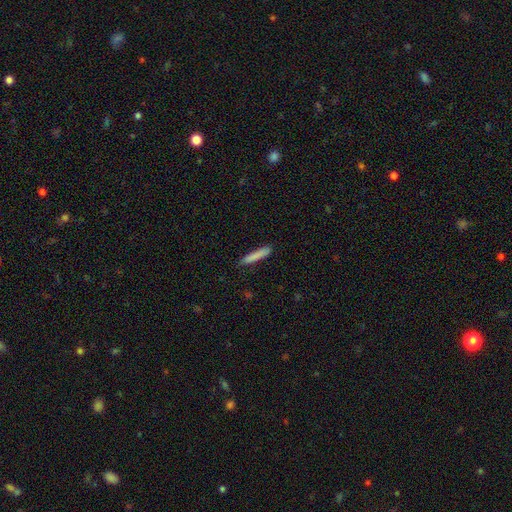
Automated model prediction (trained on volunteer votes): Smooth or featured? Predicted: smooth (p=0.83). How rounded? Predicted: cigar-shaped (p=0.92). Merging? Predicted: none (p=0.86).